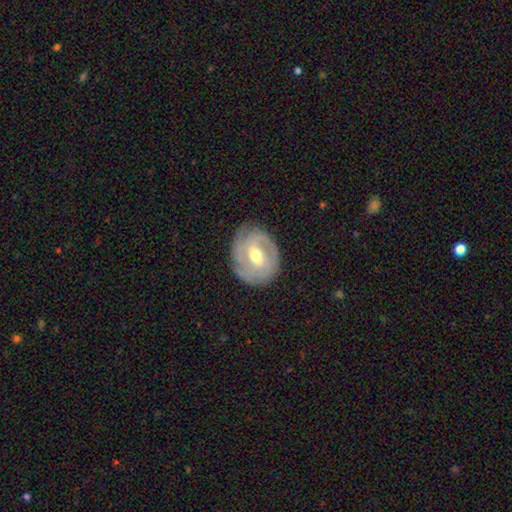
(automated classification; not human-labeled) Smooth or featured? featured or disk (80%)
Edge-on disk? no (96%)
Bar? weak (51%)
Spiral arms? yes (89%)
Spiral winding? tight (60%)
Spiral arm count? 2 (51%)
Bulge size? moderate (70%)
Merging? none (78%)